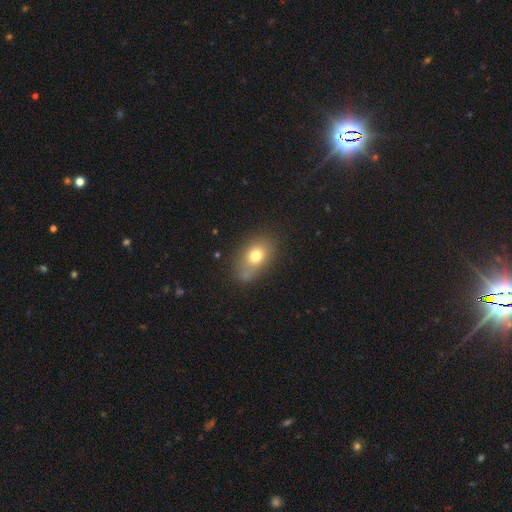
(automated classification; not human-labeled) This is likely a smooth galaxy (73%). How rounded: likely in between (78%). Merging: likely none (65%).